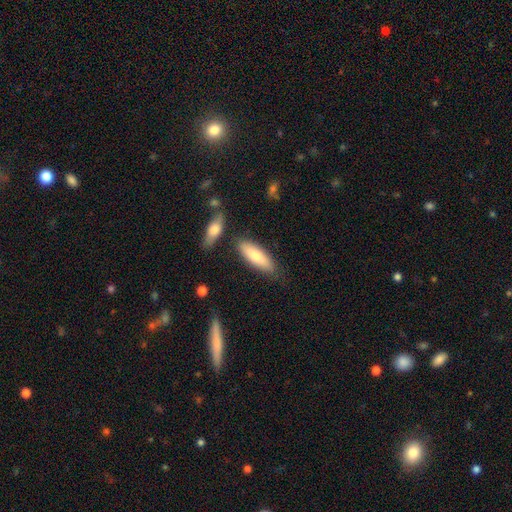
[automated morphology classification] Smooth or featured: smooth — 74% (featured or disk — 20%)
How rounded: in between — 54% (cigar-shaped — 44%)
Merging: none — 77% (minor disturbance — 14%)